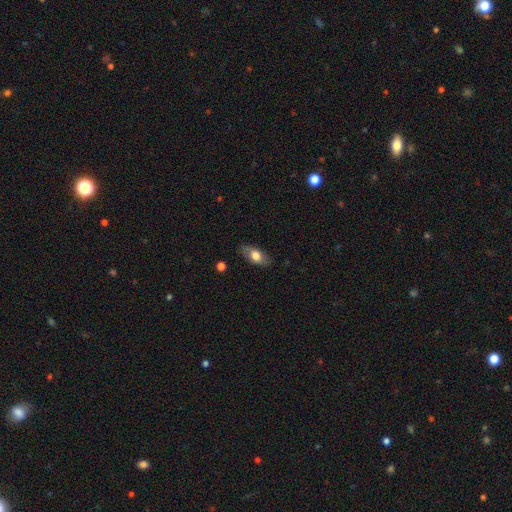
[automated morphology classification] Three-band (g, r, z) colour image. It shows a smooth galaxy with no disk features (66%) that is in between round and cigar-shaped (88%). Merging: none (80%).